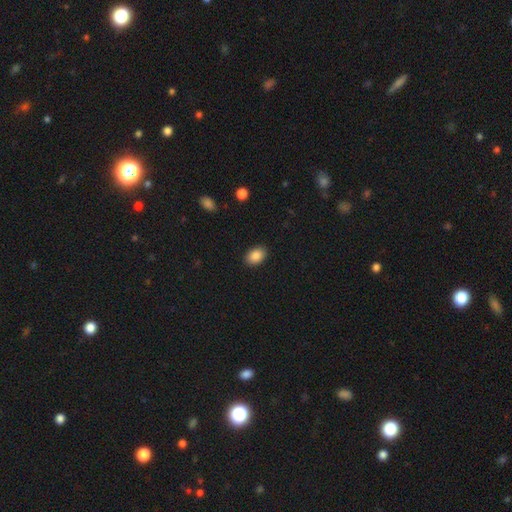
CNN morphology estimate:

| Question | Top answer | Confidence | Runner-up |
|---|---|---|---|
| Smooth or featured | smooth | 88% | star or artifact (8%) |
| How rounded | in between | 84% | round (15%) |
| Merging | none | 89% | minor disturbance (8%) |